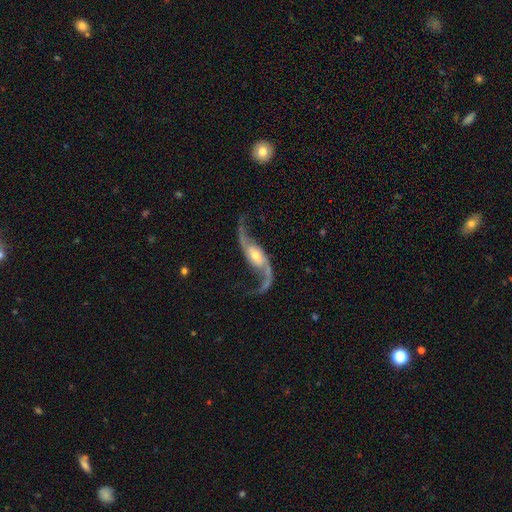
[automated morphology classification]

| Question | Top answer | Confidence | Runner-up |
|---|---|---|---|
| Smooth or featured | featured or disk | 92% | star or artifact (5%) |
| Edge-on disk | no | 94% | yes (6%) |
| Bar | no | 46% | weak (34%) |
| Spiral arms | yes | 97% | no (3%) |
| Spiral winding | loose | 85% | medium (12%) |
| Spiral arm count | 2 | 94% | 1 (2%) |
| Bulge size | moderate | 52% | small (39%) |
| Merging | none | 73% | minor disturbance (14%) |